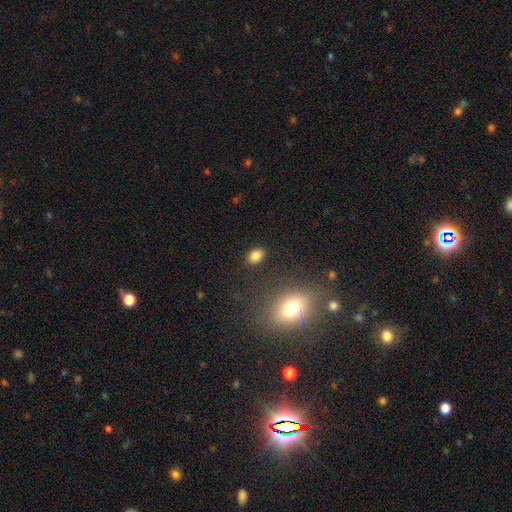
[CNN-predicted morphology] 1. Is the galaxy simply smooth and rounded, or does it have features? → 83% smooth, 11% star or artifact, 6% featured or disk.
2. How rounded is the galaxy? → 78% in between, 20% round, 1% cigar-shaped.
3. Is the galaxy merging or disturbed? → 86% none, 9% minor disturbance, 3% major disturbance, 2% merger.